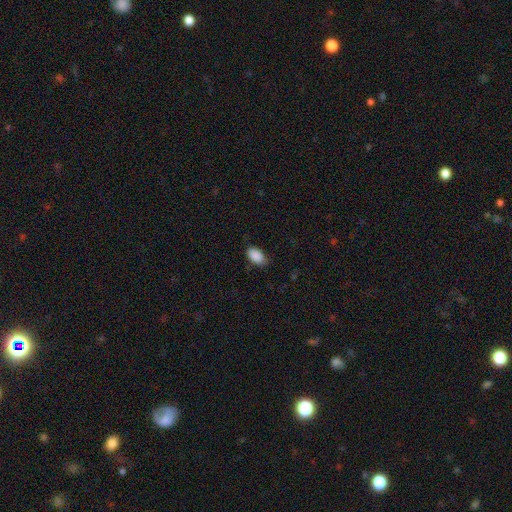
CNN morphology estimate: smooth-or-featured: smooth: 90% | star or artifact: 7% | featured or disk: 3%
  how-rounded: in between: 92% | round: 6% | cigar-shaped: 1%
  merging: none: 77% | minor disturbance: 19% | major disturbance: 3% | merger: 1%